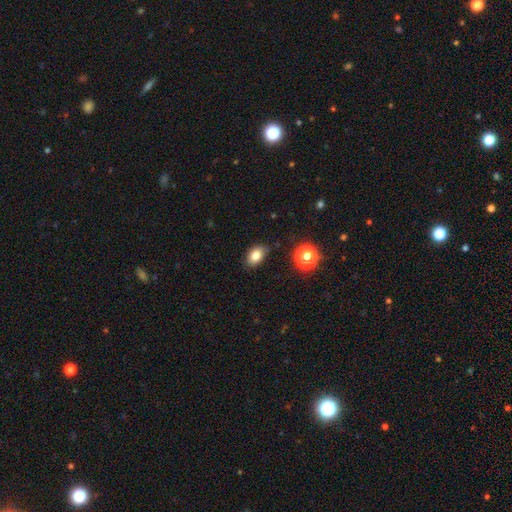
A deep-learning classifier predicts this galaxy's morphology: This appears to be a smooth galaxy with no disk features (82%) that is in between round and cigar-shaped (82%). Merging: none (80%).